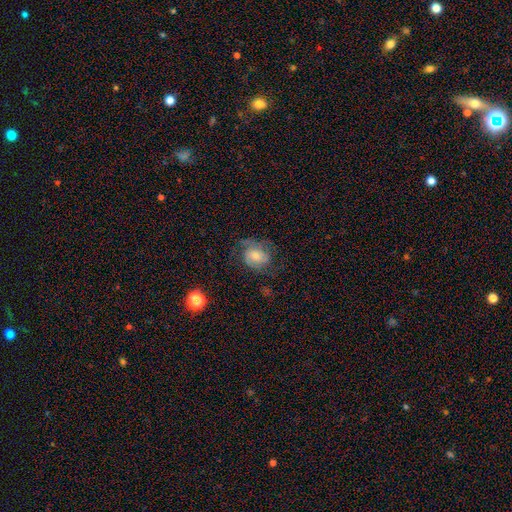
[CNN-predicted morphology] Smooth or featured? Predicted: featured or disk (p=0.49). Merging? Predicted: none (p=0.48).